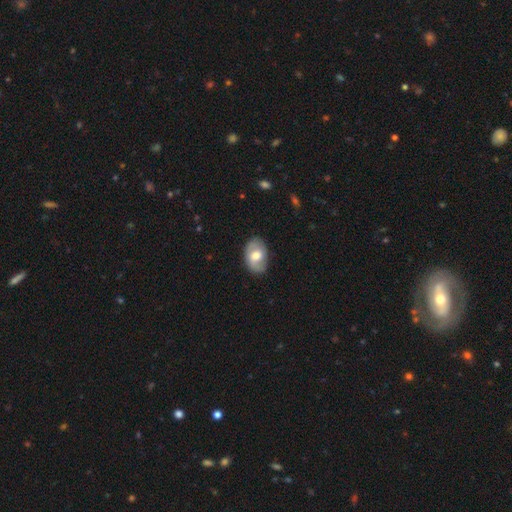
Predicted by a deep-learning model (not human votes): Overall: smooth (54%; featured or disk 40%). How rounded: in between (83%). Merging: none (78%).